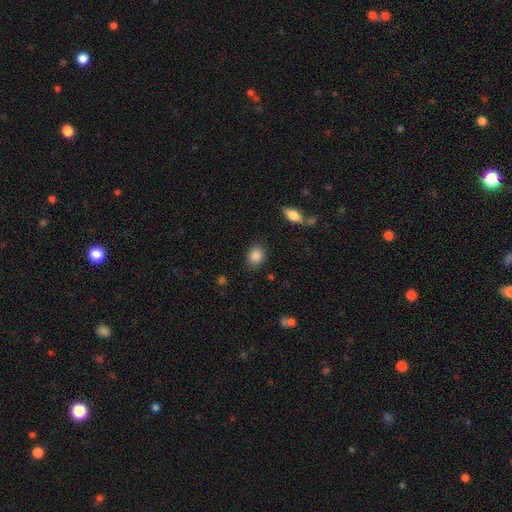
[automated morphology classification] smooth 87%, star or artifact 8%, featured or disk 5%. Down the decision tree: how rounded — in between (50%); merging — none (86%).